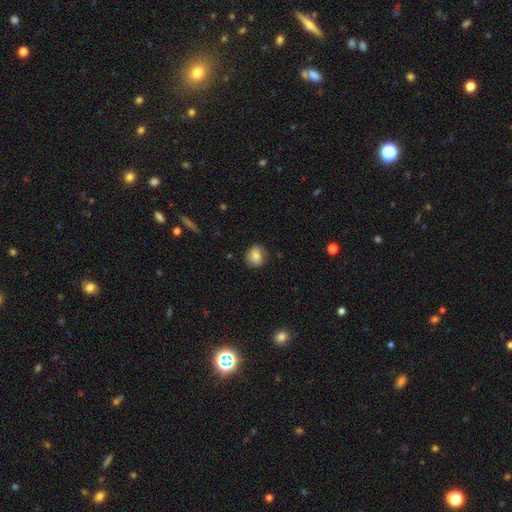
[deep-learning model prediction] Q: Smooth or featured?
A: smooth (77%); runner-up: featured or disk (14%)
Q: How rounded?
A: round (79%); runner-up: in between (20%)
Q: Merging?
A: none (78%); runner-up: minor disturbance (17%)